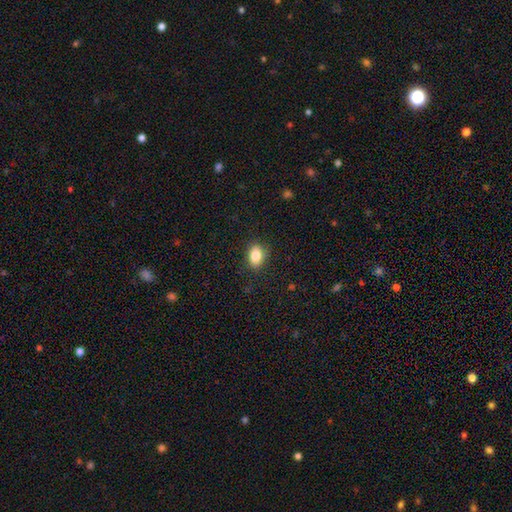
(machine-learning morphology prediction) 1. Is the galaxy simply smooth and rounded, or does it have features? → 85% smooth, 8% star or artifact, 6% featured or disk.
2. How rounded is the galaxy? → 81% in between, 17% round, 2% cigar-shaped.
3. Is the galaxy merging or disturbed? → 86% none, 10% minor disturbance, 3% major disturbance, 1% merger.